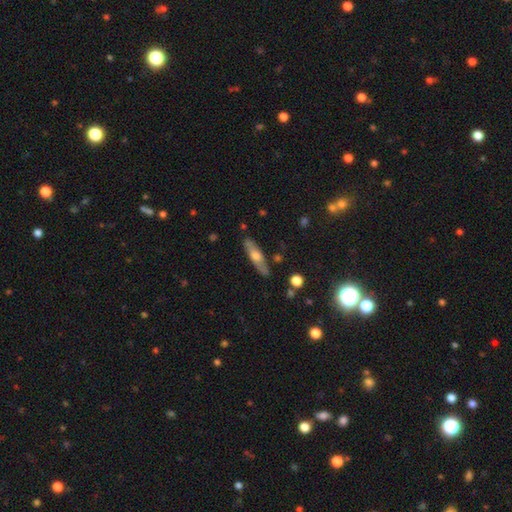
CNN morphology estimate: The model was most divided on "smooth or featured": smooth: 49%, featured or disk: 44%, star or artifact: 7%. More confident: merging — none (84%).